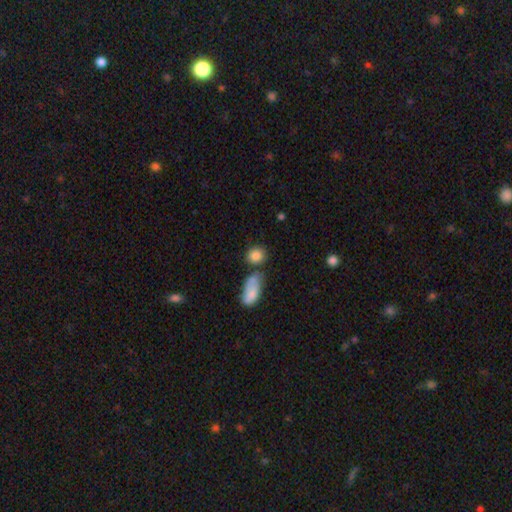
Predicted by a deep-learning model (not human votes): The model was most divided on "how rounded": round: 65%, in between: 32%, cigar-shaped: 2%. More confident: smooth or featured — smooth (85%); merging — none (63%).